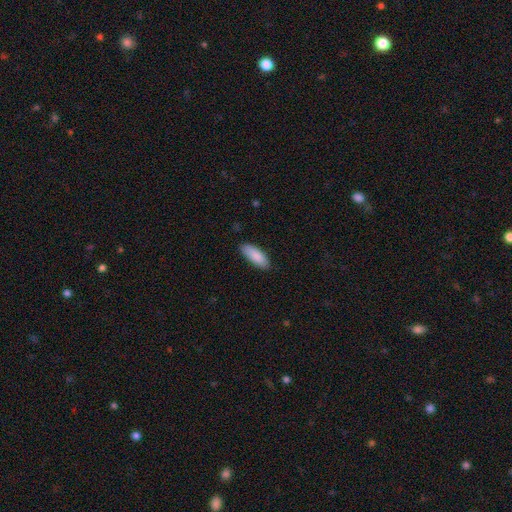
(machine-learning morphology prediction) A smooth galaxy with no disk features (89%) that is in between round and cigar-shaped (76%). Merging: none (84%).